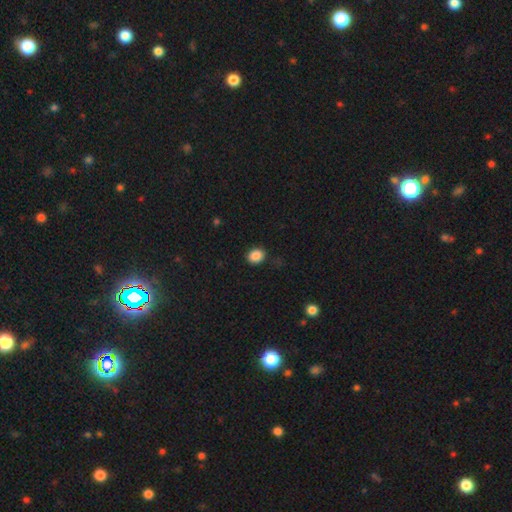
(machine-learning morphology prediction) This appears to be a smooth galaxy with no disk features (88%) that is round (53%). Merging: none (87%).